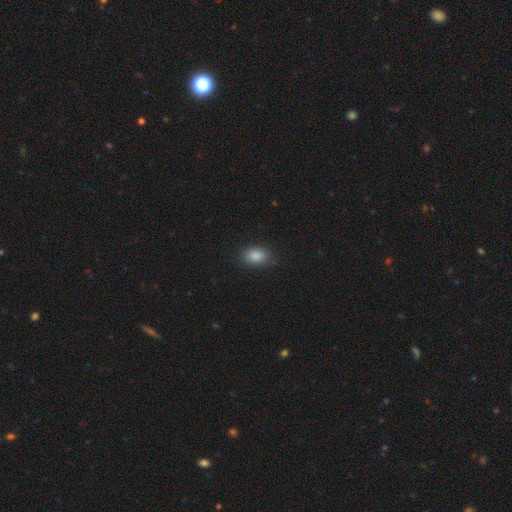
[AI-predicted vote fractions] Q: Smooth or featured?
A: smooth (85%); runner-up: star or artifact (10%)
Q: How rounded?
A: in between (79%); runner-up: round (19%)
Q: Merging?
A: none (83%); runner-up: minor disturbance (13%)